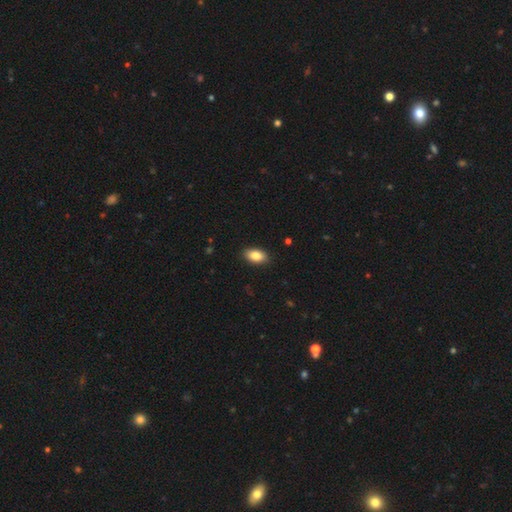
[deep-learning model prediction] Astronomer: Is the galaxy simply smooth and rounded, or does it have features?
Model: smooth — 84%.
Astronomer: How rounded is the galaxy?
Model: in between — 91%.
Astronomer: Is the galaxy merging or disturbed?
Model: none — 89%.